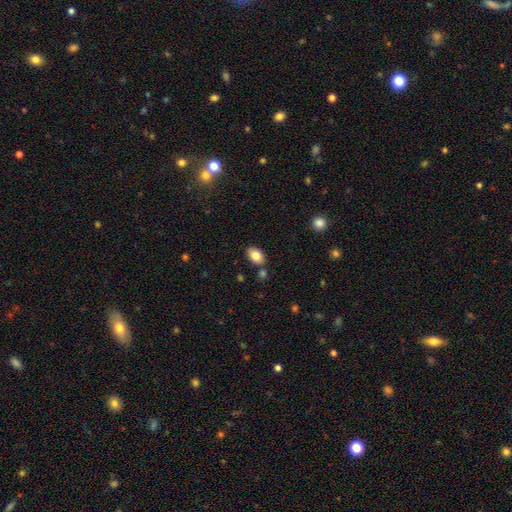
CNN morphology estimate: type=smooth (83%); roundness=in between (84%); merging=none (80%).